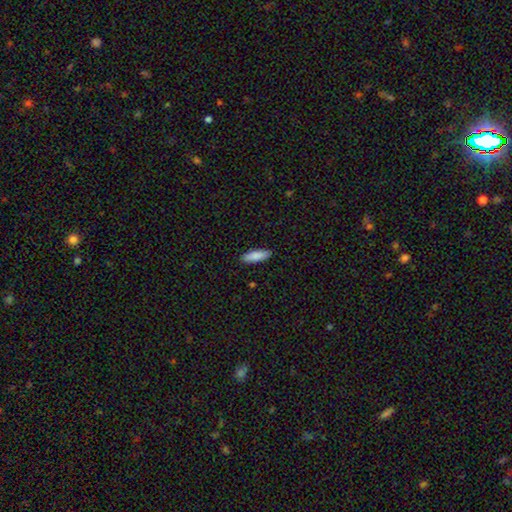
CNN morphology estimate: smooth_or_featured: smooth (p=0.88) [alt: featured or disk p=0.07]
how_rounded: in between (p=0.52) [alt: cigar-shaped p=0.46]
merging: none (p=0.89) [alt: minor disturbance p=0.08]